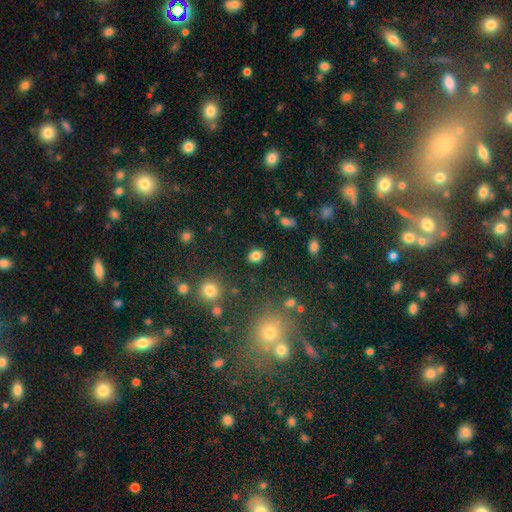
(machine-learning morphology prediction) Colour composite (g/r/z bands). It shows a smooth galaxy with no disk features (81%) that is in between round and cigar-shaped (59%). Merging: none (84%).